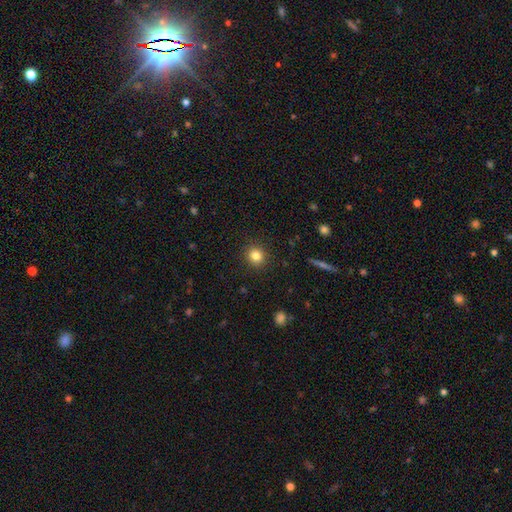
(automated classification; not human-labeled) Morphology: type=smooth (83%); roundness=round (90%); merging=none (90%).